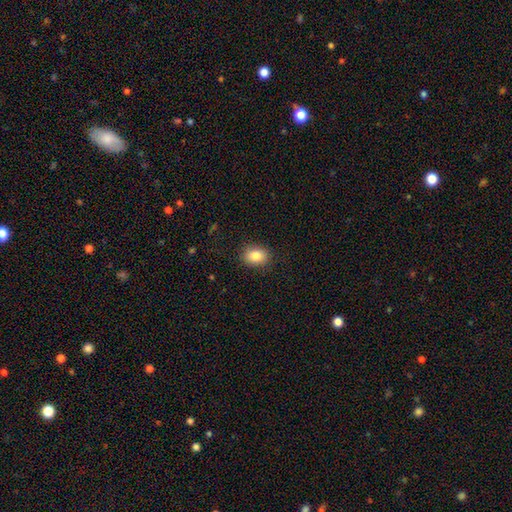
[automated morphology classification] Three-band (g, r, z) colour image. It shows a smooth galaxy with no disk features (85%) that is in between round and cigar-shaped (67%). Merging: none (88%).